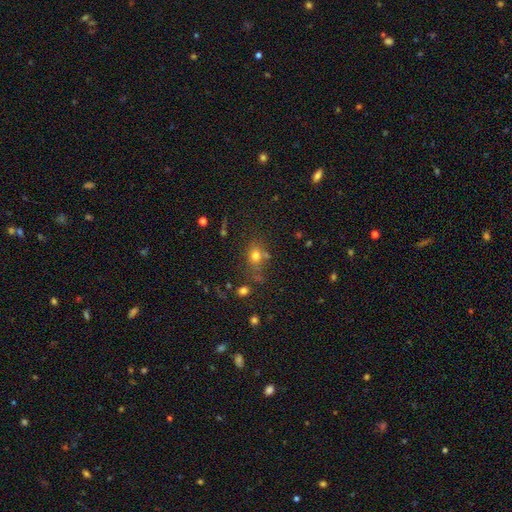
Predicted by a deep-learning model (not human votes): The model was most divided on "how rounded": round: 54%, in between: 44%, cigar-shaped: 2%. More confident: smooth or featured — smooth (71%); merging — none (62%).